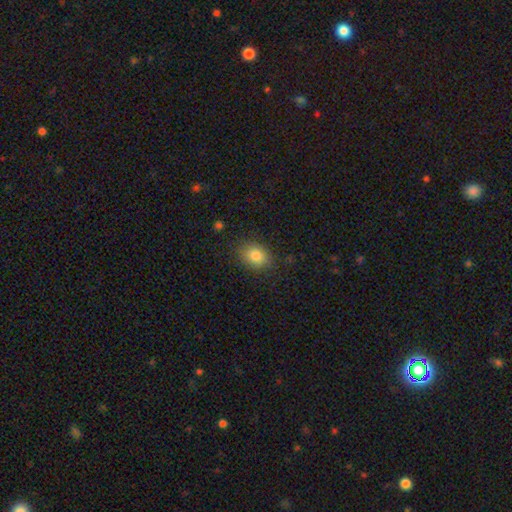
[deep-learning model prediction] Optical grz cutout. It shows a smooth galaxy with no disk features (84%) that is in between round and cigar-shaped (60%). Merging: none (84%).